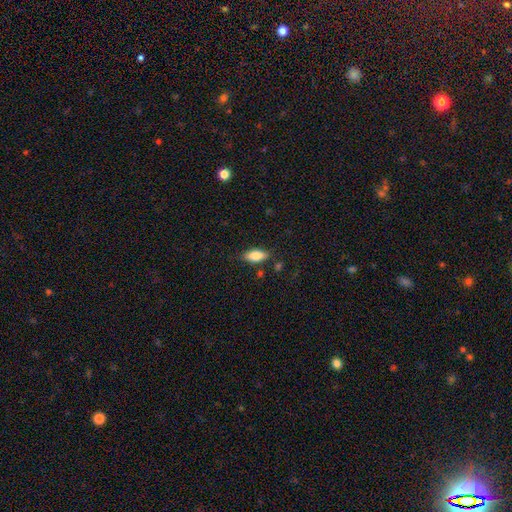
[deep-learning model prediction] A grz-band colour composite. It shows a smooth galaxy with no disk features (79%) that is in between round and cigar-shaped (84%). Merging: none (80%).